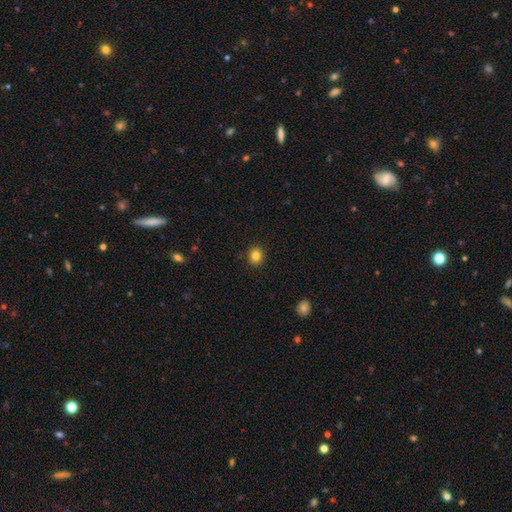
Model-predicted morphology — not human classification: Overall: smooth (83%). How rounded: round (80%). Merging: none (91%).